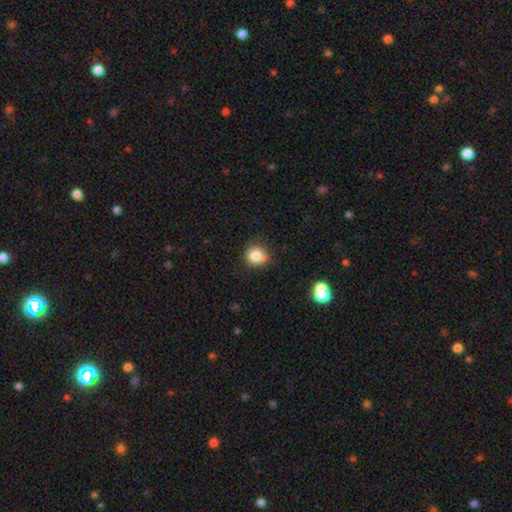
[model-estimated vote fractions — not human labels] The model was most divided on "merging": none: 74%, minor disturbance: 20%, major disturbance: 4%, merger: 2%. More confident: smooth or featured — smooth (83%); how rounded — round (82%).